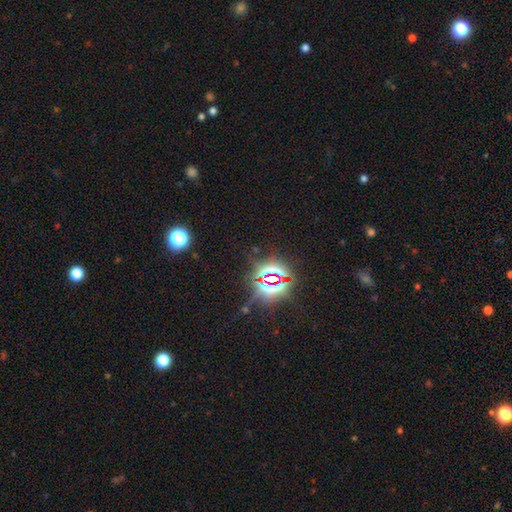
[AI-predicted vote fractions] Smooth or featured? star or artifact (82%)